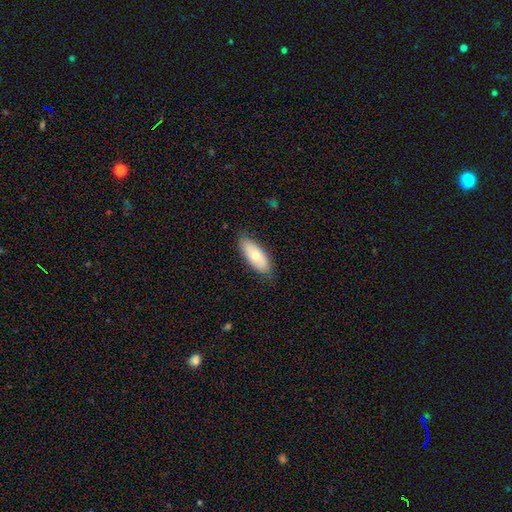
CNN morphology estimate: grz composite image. It shows a smooth galaxy with no disk features (69%) that is in between round and cigar-shaped (82%). Merging: none (83%).